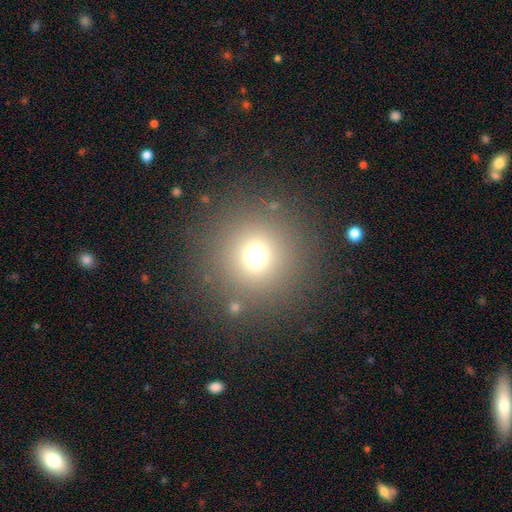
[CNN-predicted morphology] A smooth galaxy with no disk features (70%) that is round (95%). Merging: none (86%).